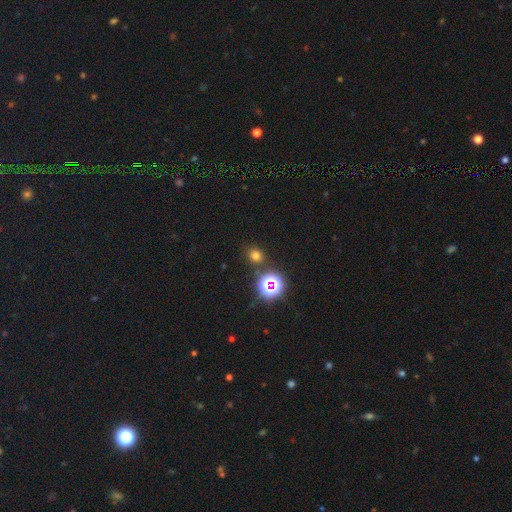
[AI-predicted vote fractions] This appears to be a smooth galaxy with no disk features (68%) that is round (77%). Merging: none (83%).